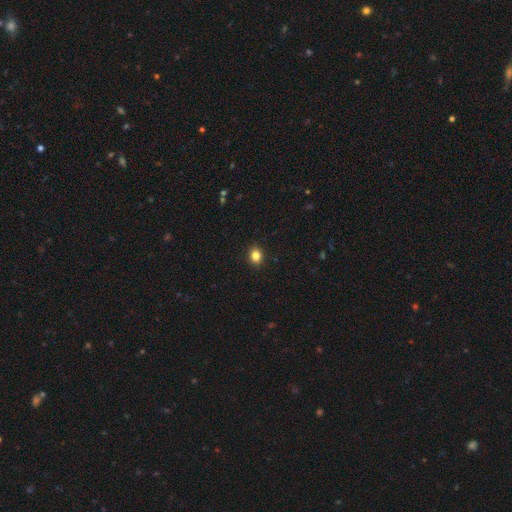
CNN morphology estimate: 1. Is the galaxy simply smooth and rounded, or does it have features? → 84% smooth, 11% star or artifact, 5% featured or disk.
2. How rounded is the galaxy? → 56% round, 43% in between, 1% cigar-shaped.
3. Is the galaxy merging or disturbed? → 91% none, 6% minor disturbance, 2% major disturbance, 1% merger.